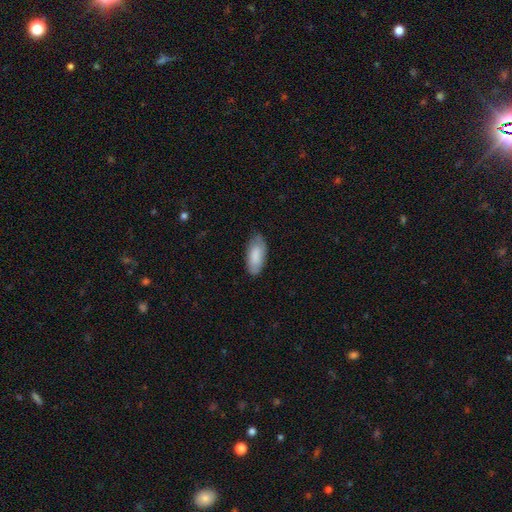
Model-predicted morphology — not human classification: Smooth or featured?
  - smooth: 84% *
  - featured or disk: 10%
  - star or artifact: 5%
How rounded?
  - in between: 87% *
  - cigar-shaped: 12%
  - round: 2%
Merging?
  - none: 78% *
  - minor disturbance: 18%
  - major disturbance: 3%
  - merger: 1%